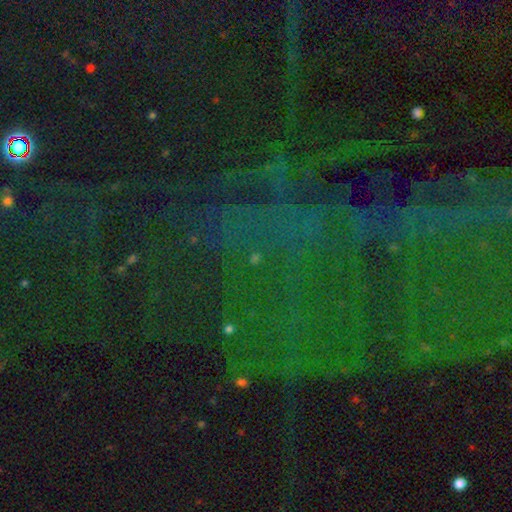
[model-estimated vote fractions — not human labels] A star or artifact, not a galaxy (83%).

Vote fractions:
- Smooth or featured? star or artifact: 83% / featured or disk: 9% / smooth: 8%